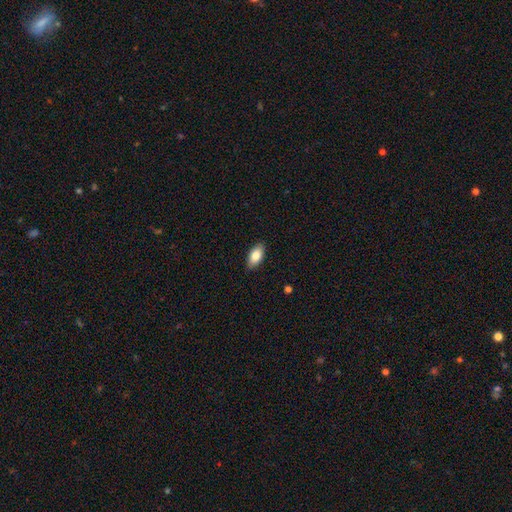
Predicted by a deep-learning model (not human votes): Overall: smooth (84%). How rounded: in between (93%). Merging: none (88%).